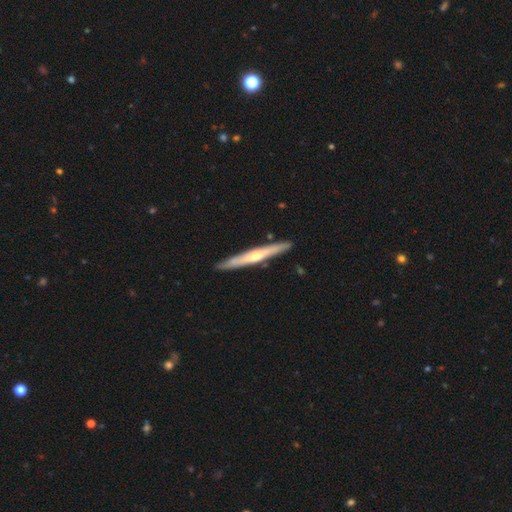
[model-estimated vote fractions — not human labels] Smooth or featured: featured or disk — 64% (smooth — 31%)
Edge-on disk: yes — 95% (no — 5%)
Edge-on bulge: rounded — 76% (none — 20%)
Merging: none — 89% (minor disturbance — 8%)